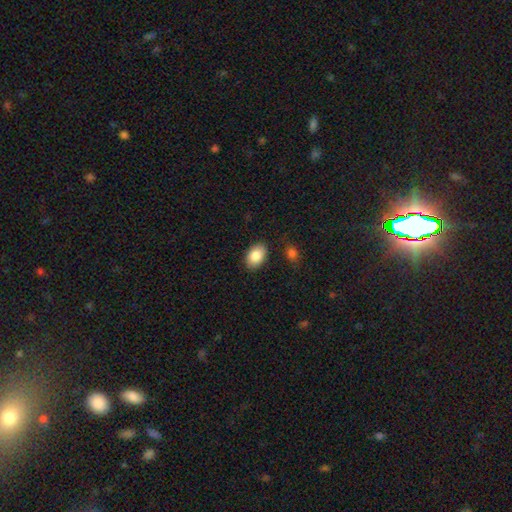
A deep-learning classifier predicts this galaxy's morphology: Smooth or featured? Predicted: smooth (p=0.86). How rounded? Predicted: in between (p=0.86). Merging? Predicted: none (p=0.85).